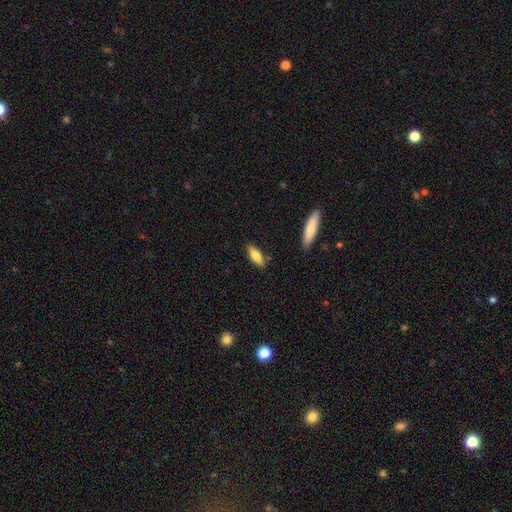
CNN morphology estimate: Smooth or featured? Predicted: smooth (p=0.79). How rounded? Predicted: in between (p=0.65). Merging? Predicted: none (p=0.83).